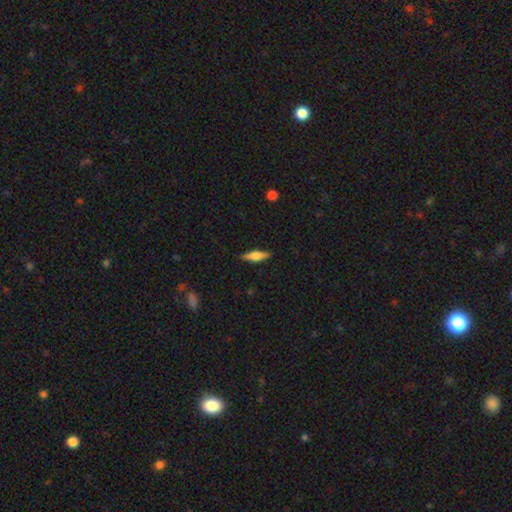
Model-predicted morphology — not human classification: Smooth or featured? smooth (53%)
How rounded? cigar-shaped (60%)
Merging? none (87%)